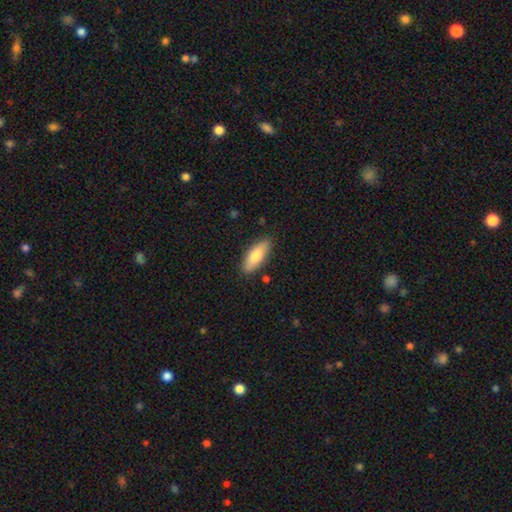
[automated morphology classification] The model was most divided on "how rounded": in between: 70%, cigar-shaped: 28%, round: 2%. More confident: merging — none (85%); smooth or featured — smooth (77%).